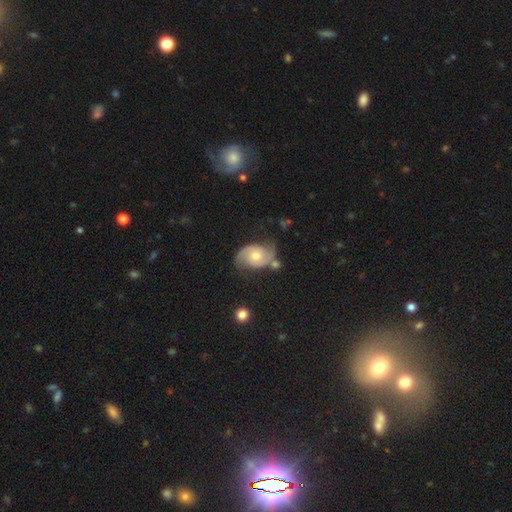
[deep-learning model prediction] featured or disk 79%, smooth 14%, star or artifact 7%. Down the decision tree: edge-on disk — no (97%); bar — no (70%); spiral arms — yes (94%); spiral arm count — 2 (90%); spiral winding — medium (47%); bulge size — moderate (67%); merging — none (62%).